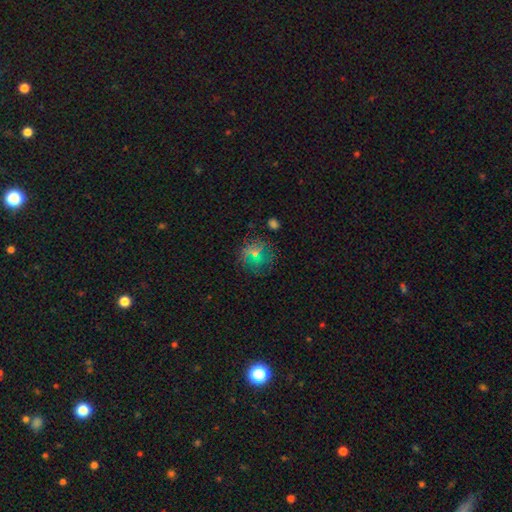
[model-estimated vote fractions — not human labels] This appears to be a smooth galaxy with no disk features (49%). Merging: none (77%).